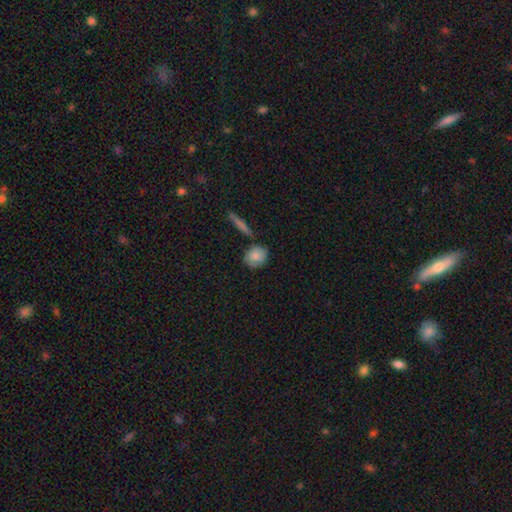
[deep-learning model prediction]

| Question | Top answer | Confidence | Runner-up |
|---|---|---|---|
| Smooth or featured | smooth | 82% | featured or disk (12%) |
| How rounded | round | 66% | in between (30%) |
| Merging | none | 71% | minor disturbance (16%) |